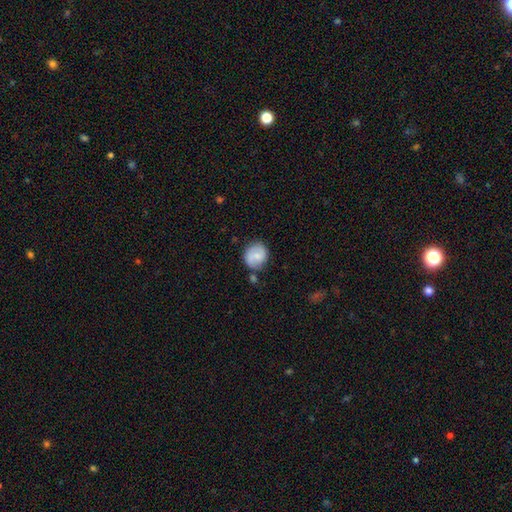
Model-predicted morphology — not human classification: A smooth galaxy with no disk features (63%) that is round (79%).

Vote fractions:
- Smooth or featured? smooth: 63% / featured or disk: 29% / star or artifact: 7%
- How rounded? round: 79% / in between: 20% / cigar-shaped: 1%
- Merging? none: 69% / minor disturbance: 19% / merger: 7% / major disturbance: 5%